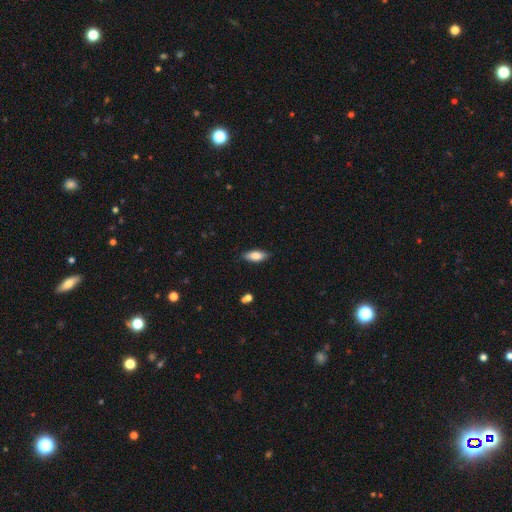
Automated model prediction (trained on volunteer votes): Morphology: type=smooth (80%); roundness=in between (78%); merging=none (87%).